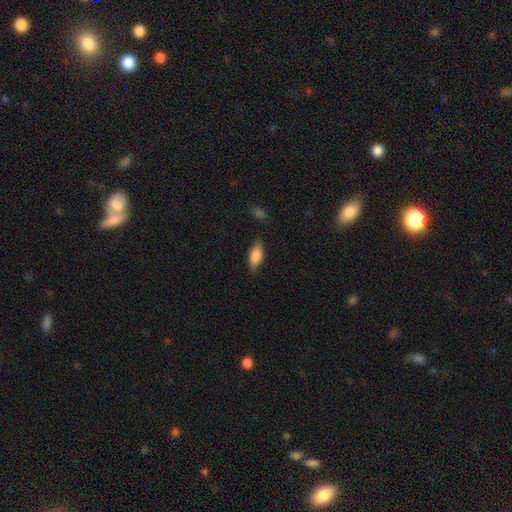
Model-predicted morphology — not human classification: type=smooth (82%); roundness=in between (82%); merging=none (78%).